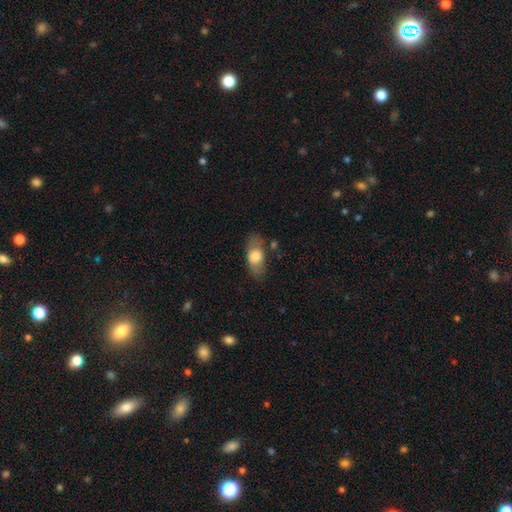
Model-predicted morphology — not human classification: smooth-or-featured: smooth: 70% | featured or disk: 23% | star or artifact: 7%
  how-rounded: in between: 84% | cigar-shaped: 9% | round: 7%
  merging: none: 68% | minor disturbance: 19% | major disturbance: 8% | merger: 5%